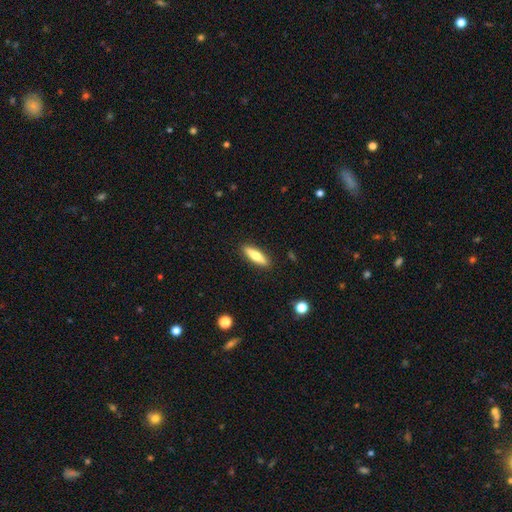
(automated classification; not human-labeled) A smooth galaxy with no disk features (61%) that is cigar-shaped (70%).

Vote fractions:
- Smooth or featured? smooth: 61% / featured or disk: 33% / star or artifact: 6%
- How rounded? cigar-shaped: 70% / in between: 28% / round: 2%
- Merging? none: 90% / minor disturbance: 7% / major disturbance: 2% / merger: 1%